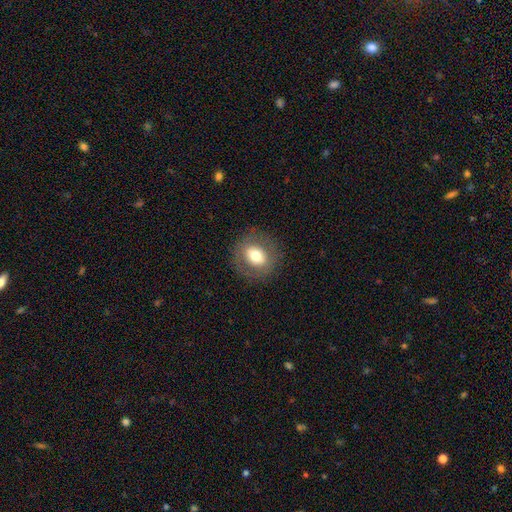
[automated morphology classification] This appears to be a smooth galaxy with no disk features (65%) that is round (73%). Merging: none (85%).